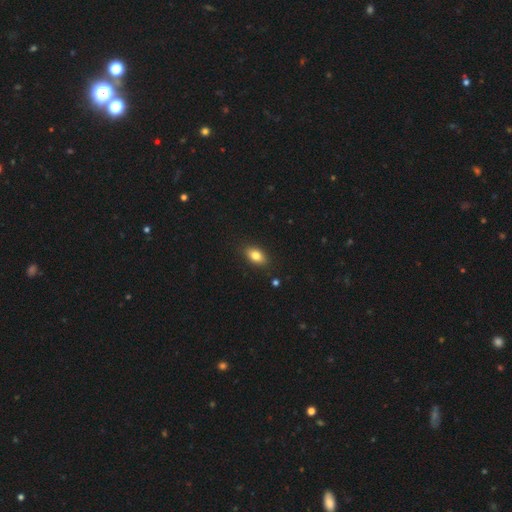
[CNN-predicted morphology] A smooth galaxy with no disk features (83%) that is in between round and cigar-shaped (89%).

Vote fractions:
- Smooth or featured? smooth: 83% / featured or disk: 9% / star or artifact: 8%
- How rounded? in between: 89% / round: 7% / cigar-shaped: 4%
- Merging? none: 88% / minor disturbance: 9% / major disturbance: 2% / merger: 1%